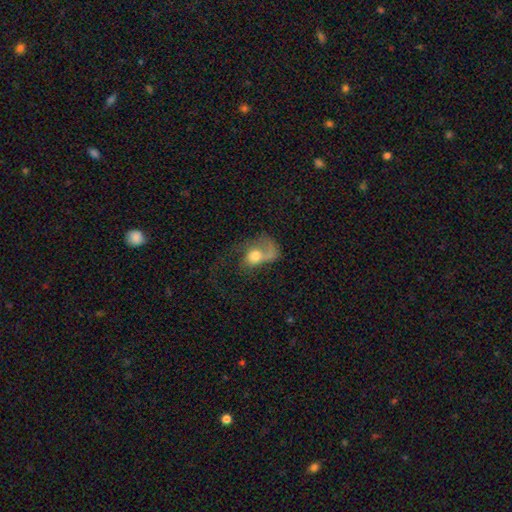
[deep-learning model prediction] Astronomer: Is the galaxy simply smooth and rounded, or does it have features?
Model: featured or disk — 47% (runner-up: smooth, 44%).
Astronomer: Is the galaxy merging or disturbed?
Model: major disturbance — 48%.